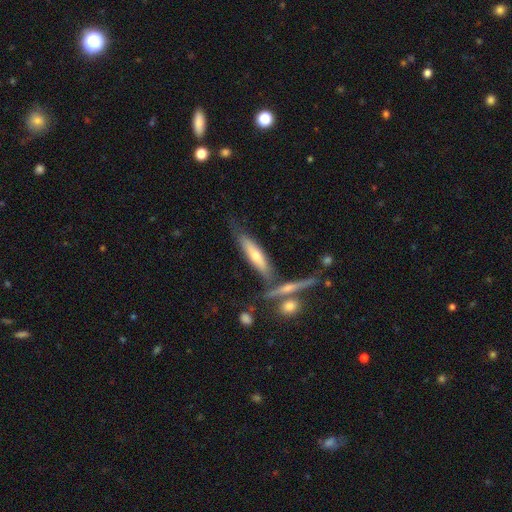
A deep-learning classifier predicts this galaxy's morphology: type=featured or disk (49%); merging=none (62%).